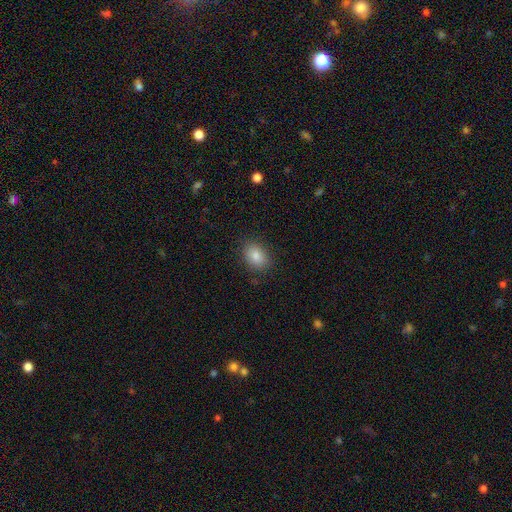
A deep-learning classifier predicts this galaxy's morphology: A smooth galaxy with no disk features (84%) that is in between round and cigar-shaped (70%).

Vote fractions:
- Smooth or featured? smooth: 84% / star or artifact: 10% / featured or disk: 7%
- How rounded? in between: 70% / round: 29% / cigar-shaped: 1%
- Merging? none: 87% / minor disturbance: 10% / major disturbance: 3% / merger: 1%